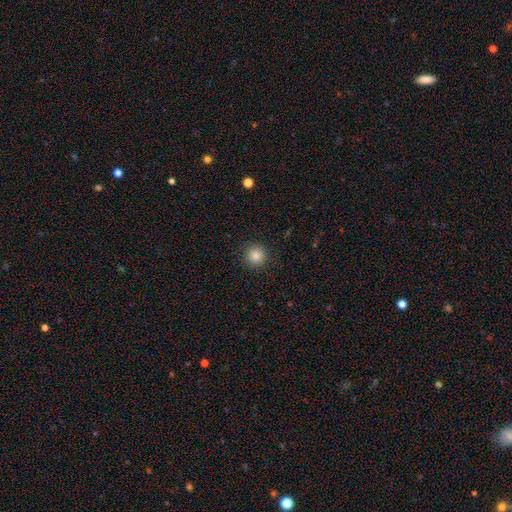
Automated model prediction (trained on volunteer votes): This is clearly a smooth galaxy (85%). How rounded: clearly round (94%). Merging: clearly none (90%).